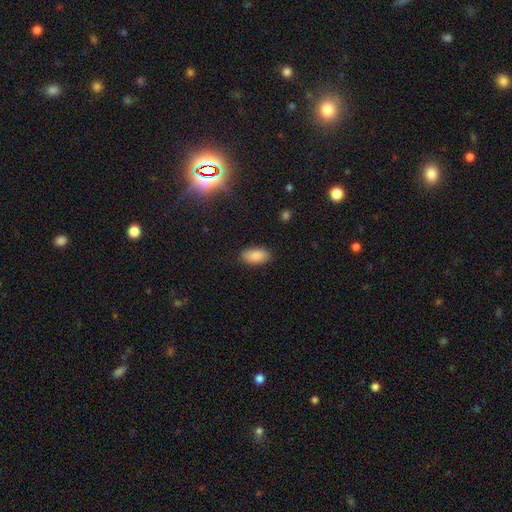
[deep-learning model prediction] Smooth or featured? Predicted: smooth (p=0.87). How rounded? Predicted: in between (p=0.93). Merging? Predicted: none (p=0.87).